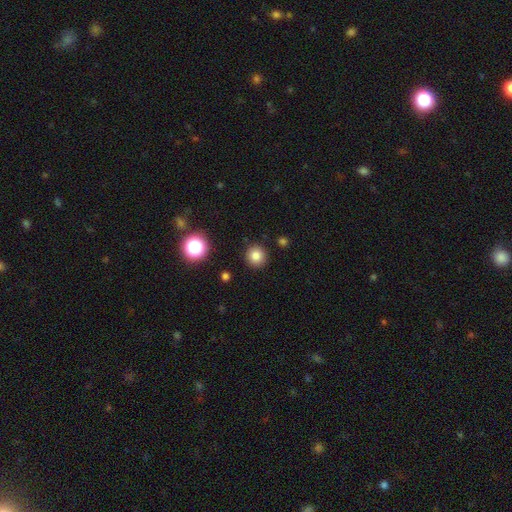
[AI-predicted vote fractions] A smooth galaxy with no disk features (82%) that is round (93%). Merging: none (91%).